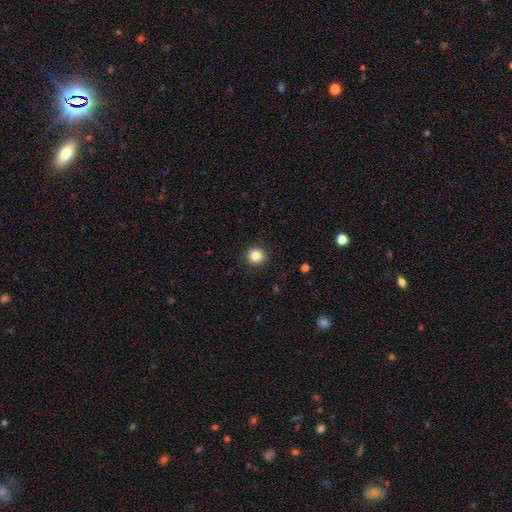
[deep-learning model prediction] smooth-or-featured: smooth: 85% | star or artifact: 10% | featured or disk: 4%
  how-rounded: round: 92% | in between: 7% | cigar-shaped: 1%
  merging: none: 92% | minor disturbance: 5% | major disturbance: 2% | merger: 1%